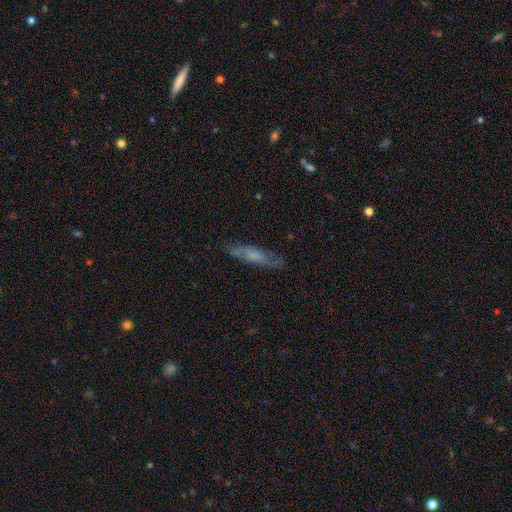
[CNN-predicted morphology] Smooth or featured? smooth (48%)
Merging? none (78%)